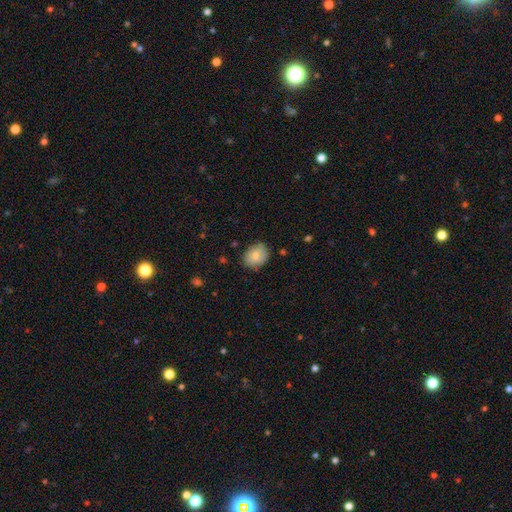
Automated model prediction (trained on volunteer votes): Smooth or featured?
  - smooth: 81% *
  - featured or disk: 12%
  - star or artifact: 7%
How rounded?
  - in between: 56% *
  - round: 43%
  - cigar-shaped: 1%
Merging?
  - none: 76% *
  - minor disturbance: 19%
  - major disturbance: 3%
  - merger: 1%